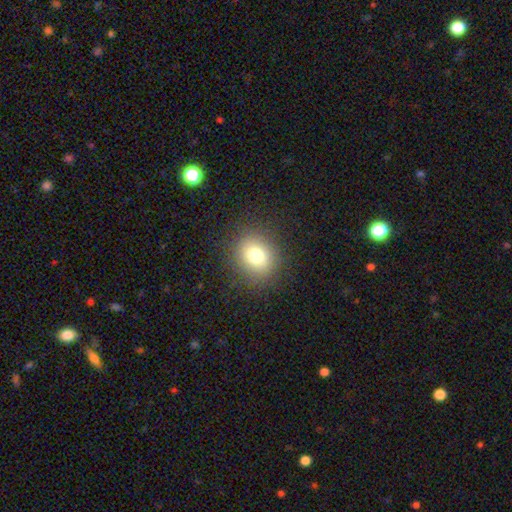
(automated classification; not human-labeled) A smooth galaxy with no disk features (77%) that is round (71%).

Vote fractions:
- Smooth or featured? smooth: 77% / star or artifact: 13% / featured or disk: 10%
- How rounded? round: 71% / in between: 28% / cigar-shaped: 1%
- Merging? none: 87% / minor disturbance: 8% / major disturbance: 4% / merger: 1%